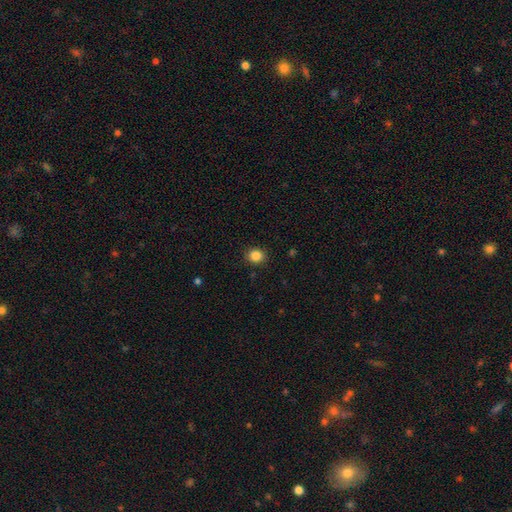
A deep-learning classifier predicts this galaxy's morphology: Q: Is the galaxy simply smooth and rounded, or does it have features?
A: smooth — 85%.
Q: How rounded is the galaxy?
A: round — 78%.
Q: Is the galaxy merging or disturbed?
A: none — 90%.